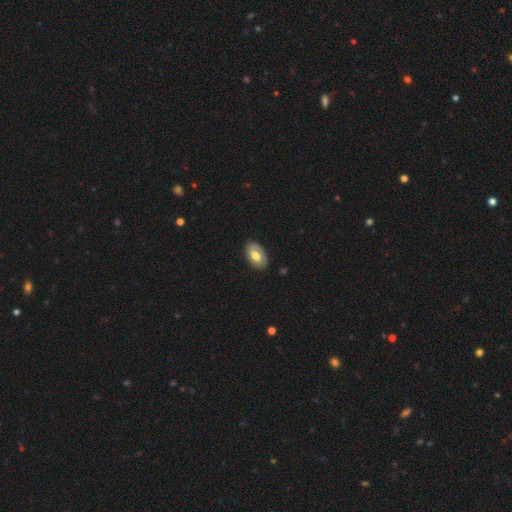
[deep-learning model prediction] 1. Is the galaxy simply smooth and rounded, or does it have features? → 59% smooth, 35% featured or disk, 6% star or artifact.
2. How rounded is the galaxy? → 92% in between, 6% round, 1% cigar-shaped.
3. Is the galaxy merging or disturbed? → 84% none, 12% minor disturbance, 3% major disturbance, 1% merger.